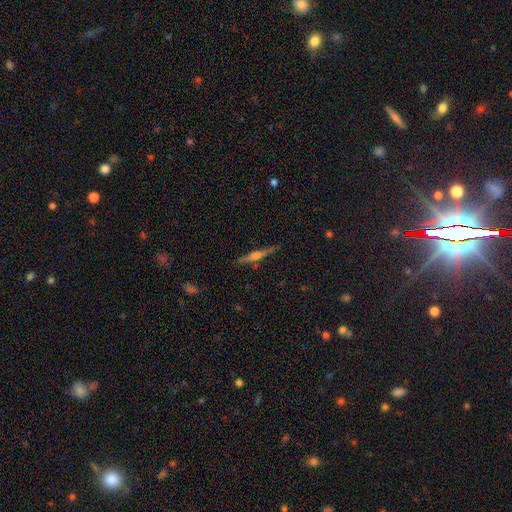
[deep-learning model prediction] Morphology: type=featured or disk (71%); edge-on=yes (98%); edge-on bulge=rounded (80%); merging=none (89%).